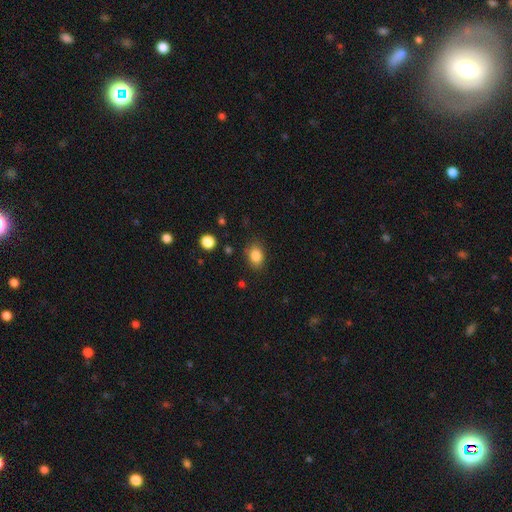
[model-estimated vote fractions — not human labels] Smooth or featured: smooth — 85% (star or artifact — 10%)
How rounded: in between — 61% (round — 38%)
Merging: none — 81% (minor disturbance — 14%)